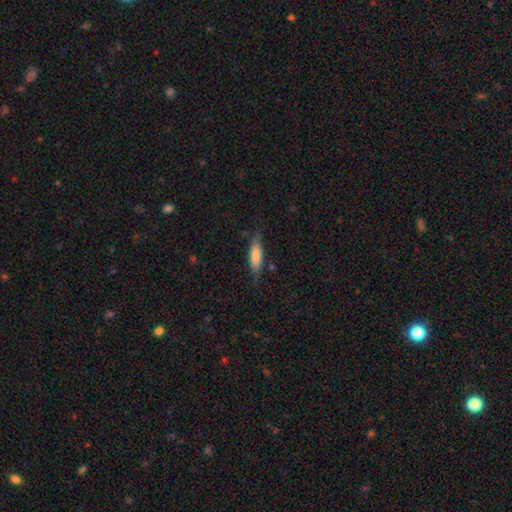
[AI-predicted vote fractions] Overall: smooth (75%). How rounded: cigar-shaped (55%; in between 44%). Merging: none (73%).